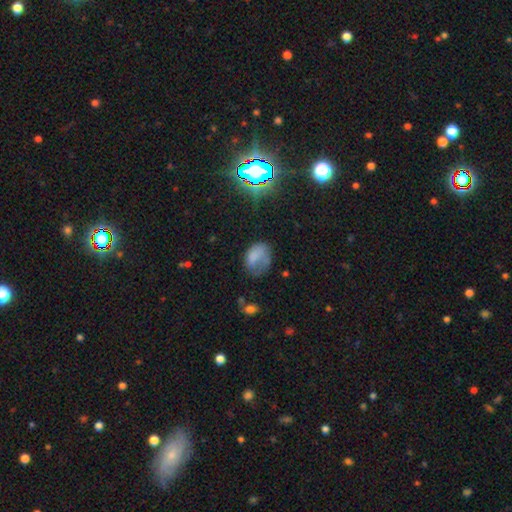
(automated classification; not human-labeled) A smooth galaxy with no disk features (67%) that is in between round and cigar-shaped (74%). Merging: none (38%).